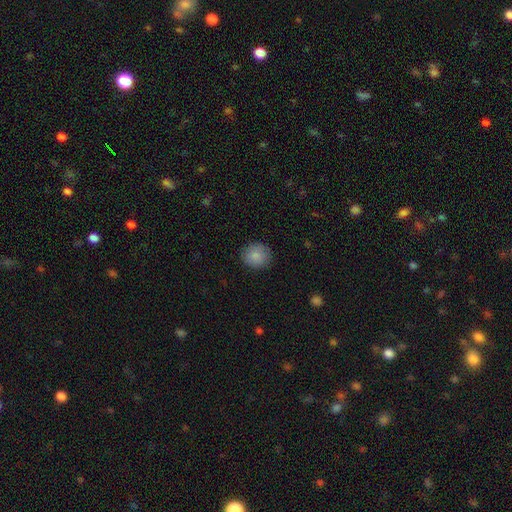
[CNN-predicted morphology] Q: Smooth or featured?
A: smooth (87%); runner-up: star or artifact (8%)
Q: How rounded?
A: round (84%); runner-up: in between (15%)
Q: Merging?
A: none (88%); runner-up: minor disturbance (9%)